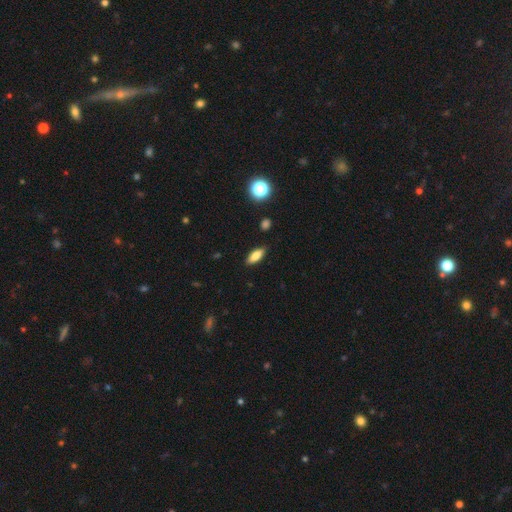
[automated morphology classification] Overall: smooth (81%). How rounded: in between (78%). Merging: none (87%).